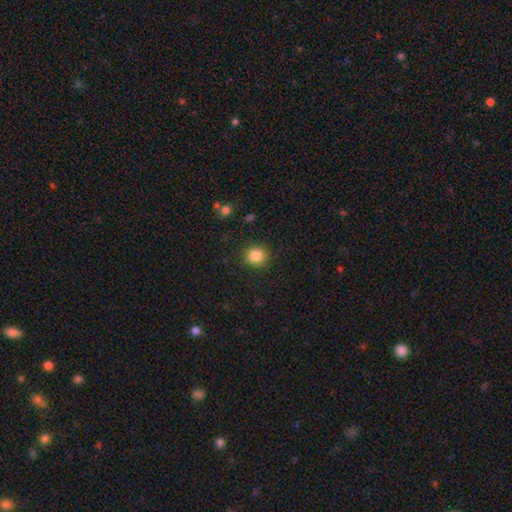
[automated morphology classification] Overall: smooth (86%). How rounded: round (83%). Merging: none (88%).